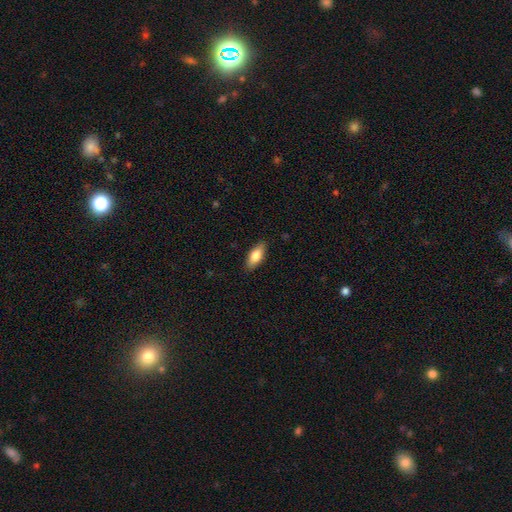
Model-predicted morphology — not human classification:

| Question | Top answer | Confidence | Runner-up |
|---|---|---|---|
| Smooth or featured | smooth | 80% | featured or disk (14%) |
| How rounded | in between | 81% | cigar-shaped (17%) |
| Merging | none | 87% | minor disturbance (10%) |